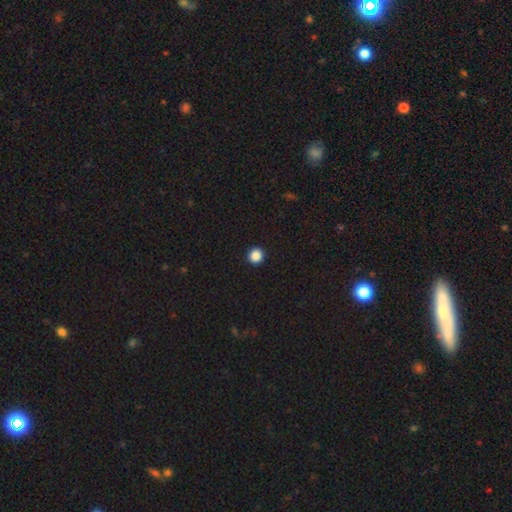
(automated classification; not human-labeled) Smooth or featured? smooth (87%)
How rounded? round (95%)
Merging? none (94%)